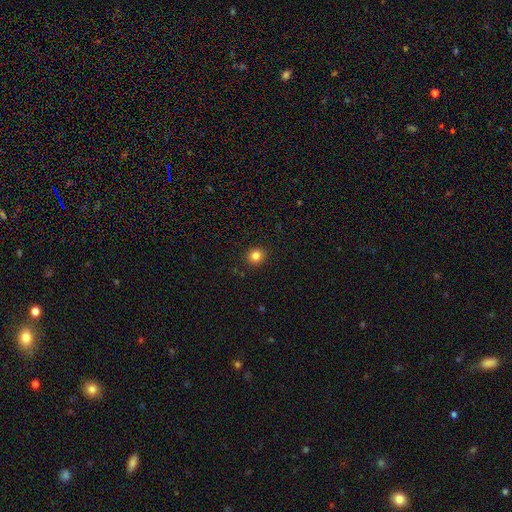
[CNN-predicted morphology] This is clearly a smooth galaxy (83%). How rounded: clearly round (86%). Merging: clearly none (92%).